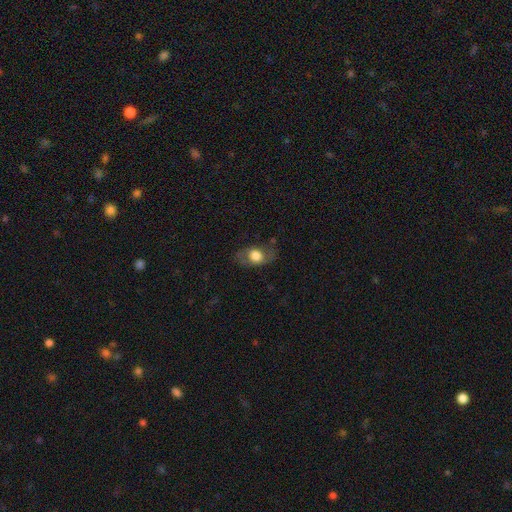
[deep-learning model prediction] The model was most divided on "smooth or featured": smooth: 60%, featured or disk: 33%, star or artifact: 8%. More confident: how rounded — in between (75%); merging — none (68%).